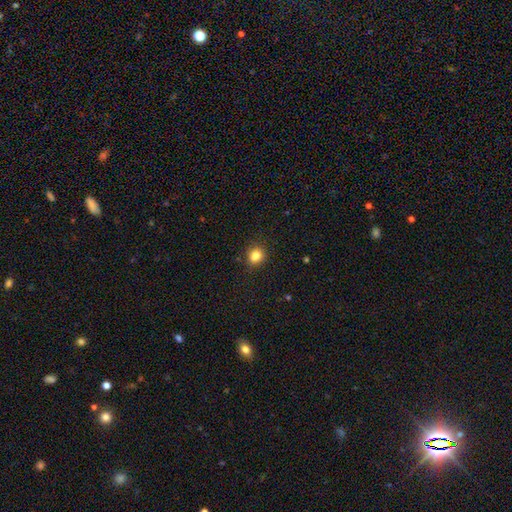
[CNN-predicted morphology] smooth 84%, star or artifact 11%, featured or disk 5%. Down the decision tree: how rounded — round (73%); merging — none (85%).